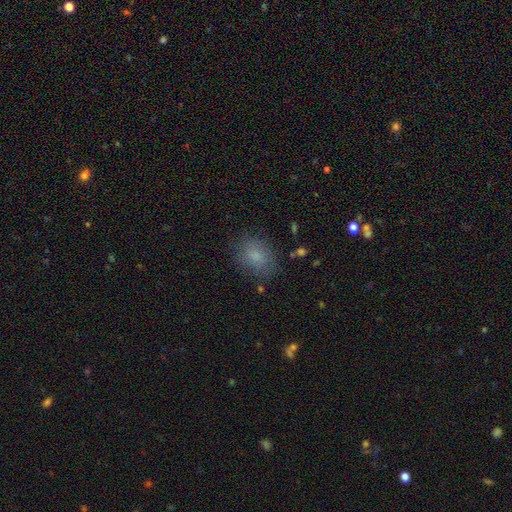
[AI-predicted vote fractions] Smooth or featured: smooth — 80% (star or artifact — 10%)
How rounded: in between — 71% (round — 28%)
Merging: none — 78% (minor disturbance — 15%)